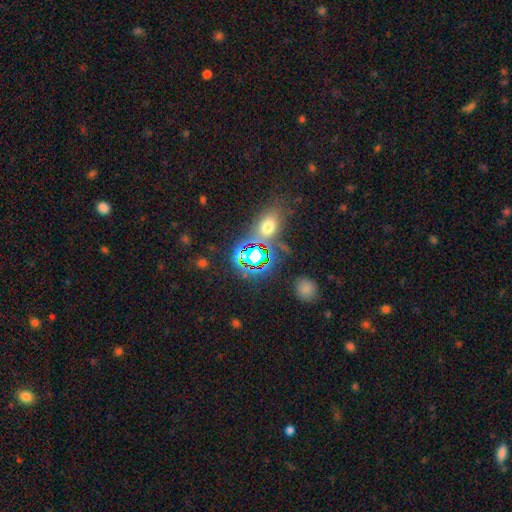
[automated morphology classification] Q: Smooth or featured?
A: star or artifact (67%); runner-up: smooth (23%)